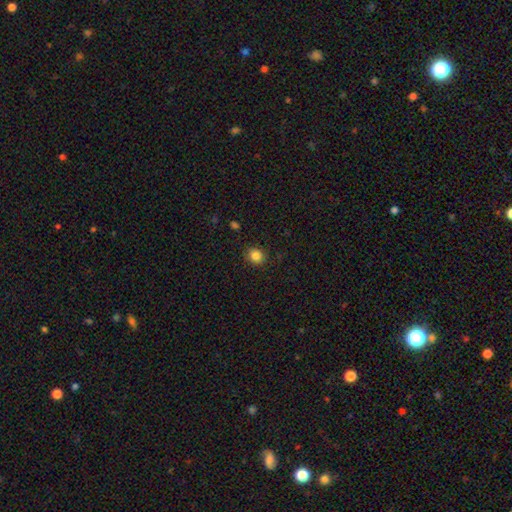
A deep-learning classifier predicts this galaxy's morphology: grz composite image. It shows a smooth galaxy with no disk features (85%) that is round (80%). Merging: none (89%).